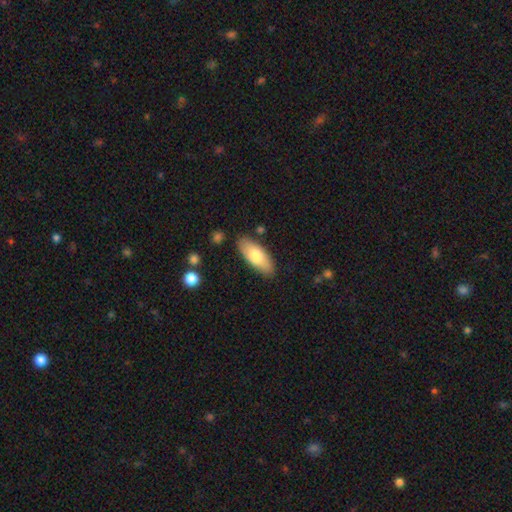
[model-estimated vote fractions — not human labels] smooth_or_featured: smooth (p=0.74) [alt: featured or disk p=0.20]
how_rounded: in between (p=0.80) [alt: cigar-shaped p=0.18]
merging: none (p=0.85) [alt: minor disturbance p=0.11]